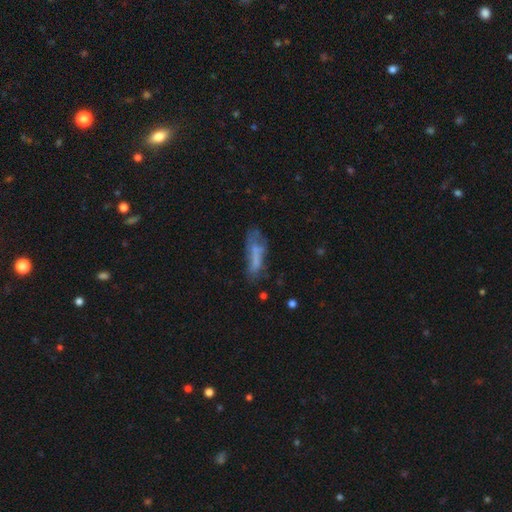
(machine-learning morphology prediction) A smooth galaxy with no disk features (54%) that is cigar-shaped (53%).

Vote fractions:
- Smooth or featured? smooth: 54% / featured or disk: 34% / star or artifact: 12%
- How rounded? cigar-shaped: 53% / in between: 45% / round: 2%
- Merging? none: 39% / minor disturbance: 27% / major disturbance: 25% / merger: 9%